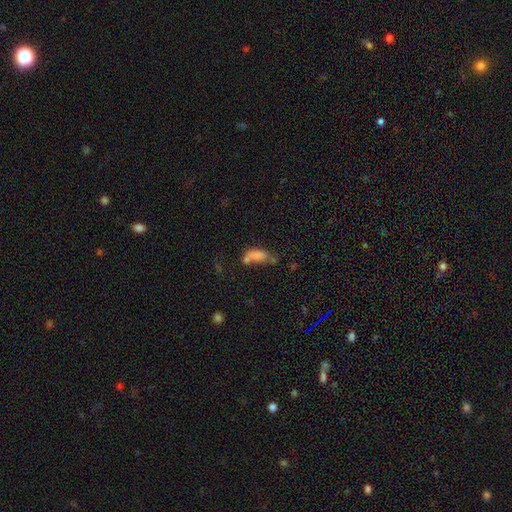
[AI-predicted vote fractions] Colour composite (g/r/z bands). It shows a smooth galaxy with no disk features (72%) that is in between round and cigar-shaped (76%). Merging: merger (34%).